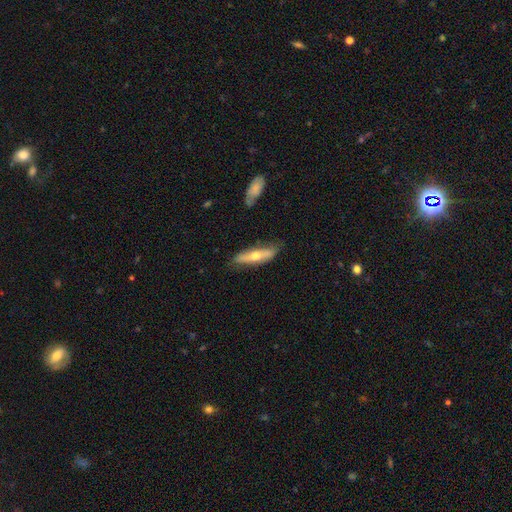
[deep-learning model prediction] smooth_or_featured: featured or disk (p=0.51) [alt: smooth p=0.44]
disk_edge_on: yes (p=0.76) [alt: no p=0.24]
merging: none (p=0.77) [alt: minor disturbance p=0.18]